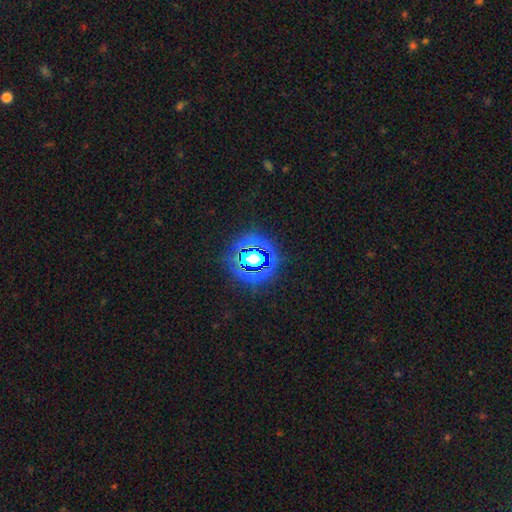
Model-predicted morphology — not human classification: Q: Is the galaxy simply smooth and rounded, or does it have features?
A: star or artifact — 79%.